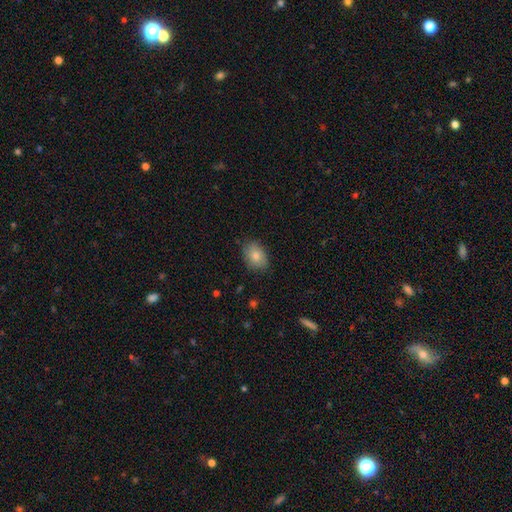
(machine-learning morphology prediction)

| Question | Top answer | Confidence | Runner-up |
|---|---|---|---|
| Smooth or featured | smooth | 82% | featured or disk (11%) |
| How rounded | in between | 77% | round (22%) |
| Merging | none | 81% | minor disturbance (15%) |